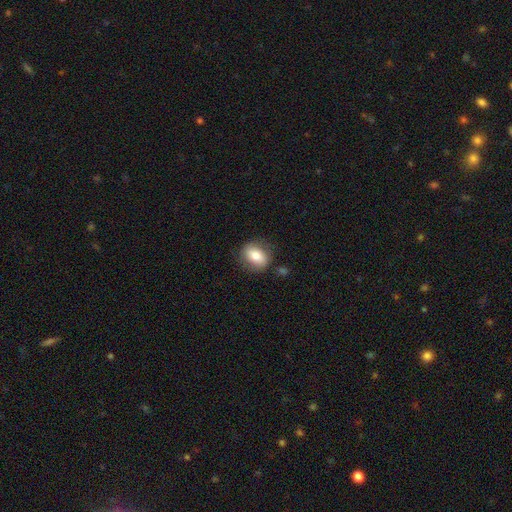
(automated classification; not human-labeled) Smooth or featured? smooth (76%)
How rounded? in between (56%)
Merging? none (77%)